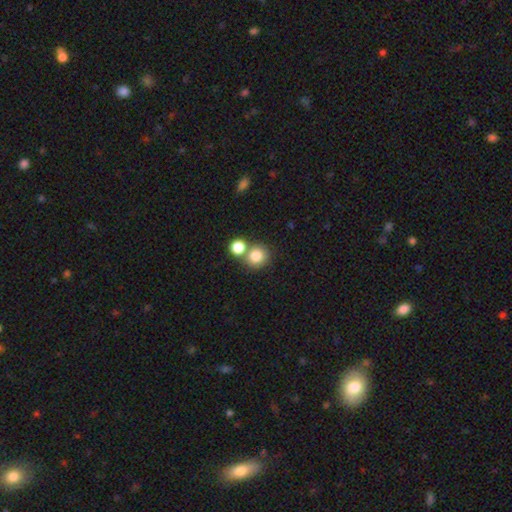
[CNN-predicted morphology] A smooth galaxy with no disk features (81%) that is round (88%).

Vote fractions:
- Smooth or featured? smooth: 81% / star or artifact: 11% / featured or disk: 8%
- How rounded? round: 88% / in between: 11% / cigar-shaped: 1%
- Merging? none: 57% / merger: 32% / minor disturbance: 8% / major disturbance: 3%